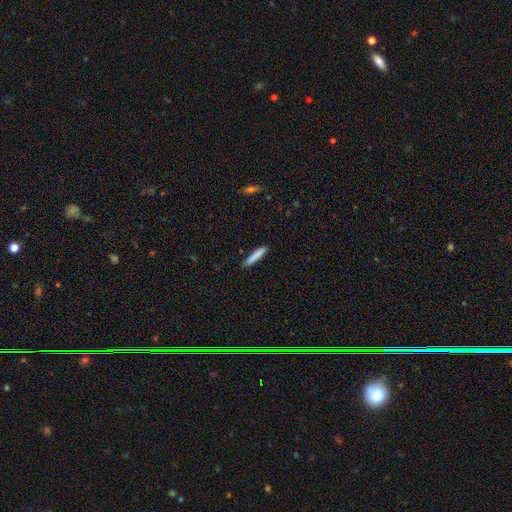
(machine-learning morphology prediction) smooth 83%, featured or disk 11%, star or artifact 6%. Down the decision tree: how rounded — cigar-shaped (92%); merging — none (90%).